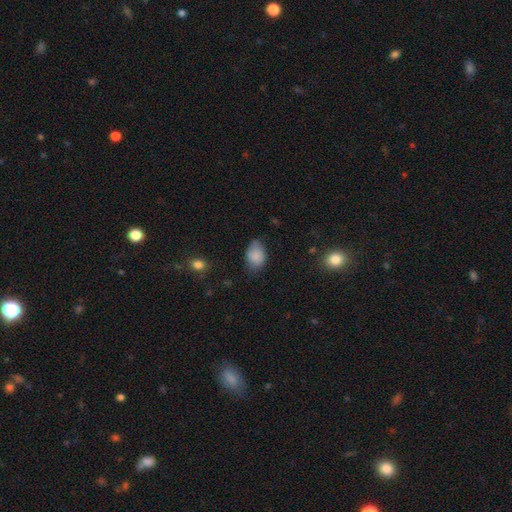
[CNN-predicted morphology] smooth-or-featured: smooth: 87% | star or artifact: 7% | featured or disk: 6%
  how-rounded: in between: 82% | round: 16% | cigar-shaped: 1%
  merging: none: 66% | minor disturbance: 27% | major disturbance: 5% | merger: 1%